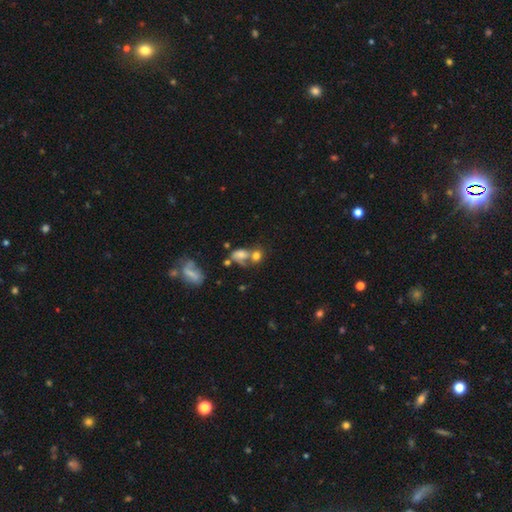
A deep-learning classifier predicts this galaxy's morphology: type=smooth (65%); roundness=round (52%); merging=merger (54%).